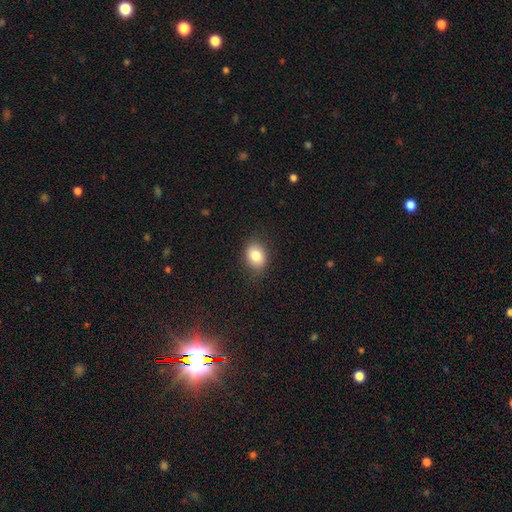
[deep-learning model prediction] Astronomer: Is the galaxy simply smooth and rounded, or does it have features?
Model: smooth — 83%.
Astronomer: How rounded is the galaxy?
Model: in between — 63%.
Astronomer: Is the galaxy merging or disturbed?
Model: none — 84%.